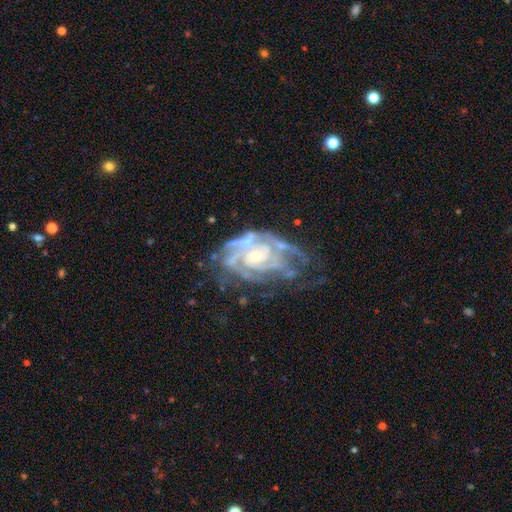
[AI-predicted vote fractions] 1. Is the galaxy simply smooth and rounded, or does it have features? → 88% featured or disk, 6% star or artifact, 6% smooth.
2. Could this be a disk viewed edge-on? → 97% no, 3% yes.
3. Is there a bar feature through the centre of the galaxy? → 69% no, 25% weak, 7% strong.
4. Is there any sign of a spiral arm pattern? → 93% yes, 7% no.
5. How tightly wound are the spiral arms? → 66% tight, 28% medium, 6% loose.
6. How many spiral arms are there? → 35% can't tell, 20% 3, 19% 2, 14% 4, 6% more than 4, 5% 1.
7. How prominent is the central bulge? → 62% small, 34% moderate, 2% large, 2% none, 1% dominant.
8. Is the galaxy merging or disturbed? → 48% none, 26% minor disturbance, 21% major disturbance, 4% merger.